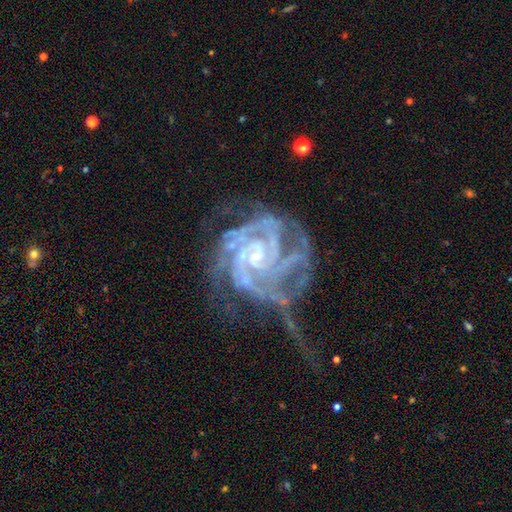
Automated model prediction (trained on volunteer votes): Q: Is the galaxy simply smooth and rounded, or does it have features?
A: featured or disk — 90%.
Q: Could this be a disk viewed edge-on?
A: no — 98%.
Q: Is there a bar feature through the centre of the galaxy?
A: no — 48%.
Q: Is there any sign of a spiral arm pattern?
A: yes — 98%.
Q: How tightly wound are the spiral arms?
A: tight — 67%.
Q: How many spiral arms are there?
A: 3 — 26%.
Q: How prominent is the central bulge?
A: small — 67%.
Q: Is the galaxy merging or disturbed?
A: none — 38%.